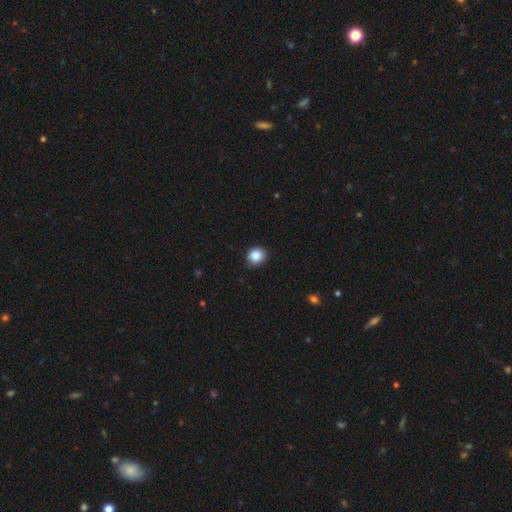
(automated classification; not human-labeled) A smooth galaxy with no disk features (87%) that is round (88%).

Vote fractions:
- Smooth or featured? smooth: 87% / star or artifact: 9% / featured or disk: 4%
- How rounded? round: 88% / in between: 11% / cigar-shaped: 1%
- Merging? none: 90% / minor disturbance: 7% / major disturbance: 2% / merger: 1%